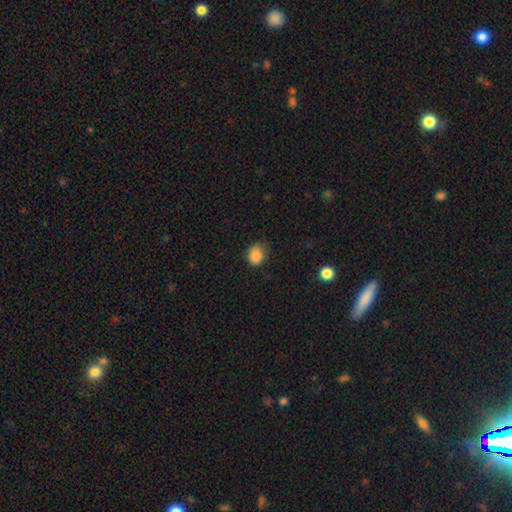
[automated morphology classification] This is clearly a smooth galaxy (85%). How rounded: likely round (65%). Merging: likely none (71%).